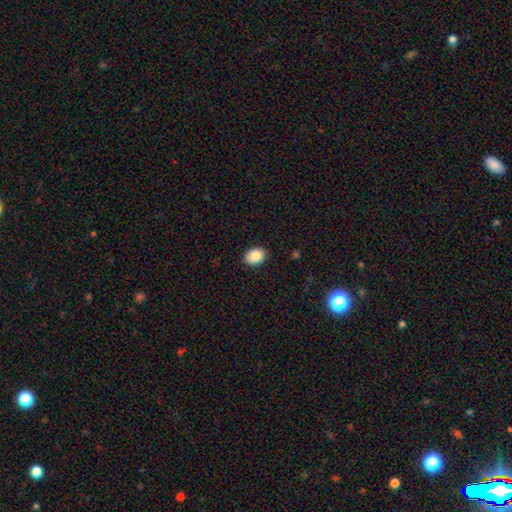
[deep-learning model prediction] Smooth or featured? smooth (87%)
How rounded? in between (69%)
Merging? none (90%)